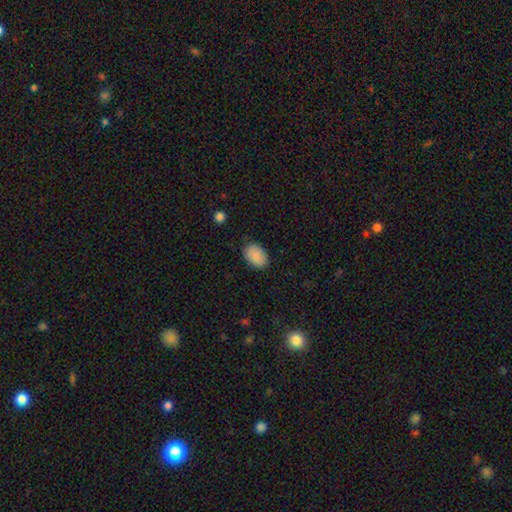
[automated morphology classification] This appears to be a smooth galaxy with no disk features (88%) that is in between round and cigar-shaped (88%). Merging: none (84%).